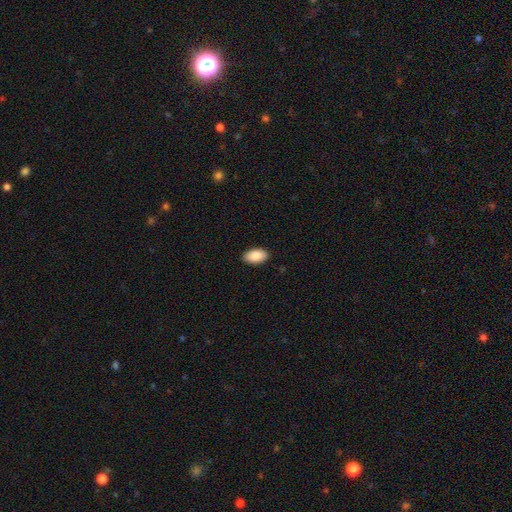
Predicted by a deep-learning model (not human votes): Smooth or featured? Predicted: smooth (p=0.88). How rounded? Predicted: in between (p=0.95). Merging? Predicted: none (p=0.90).